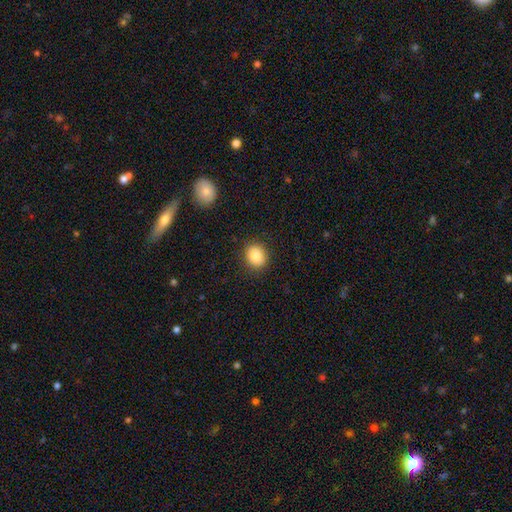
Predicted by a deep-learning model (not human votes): This appears to be a smooth galaxy with no disk features (87%) that is round (69%). Merging: none (89%).